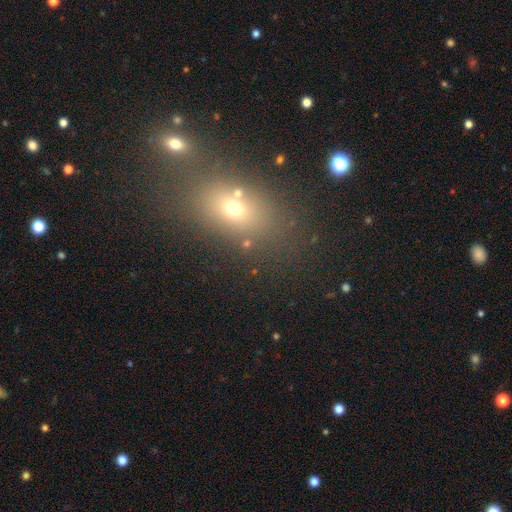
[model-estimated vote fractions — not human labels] smooth_or_featured: smooth (p=0.50) [alt: star or artifact p=0.36]
merging: none (p=0.70) [alt: merger p=0.13]